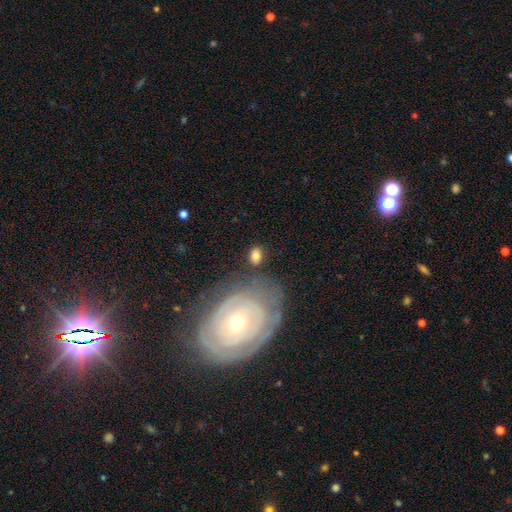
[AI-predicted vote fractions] Morphology: type=smooth (77%); roundness=in between (78%); merging=none (72%).